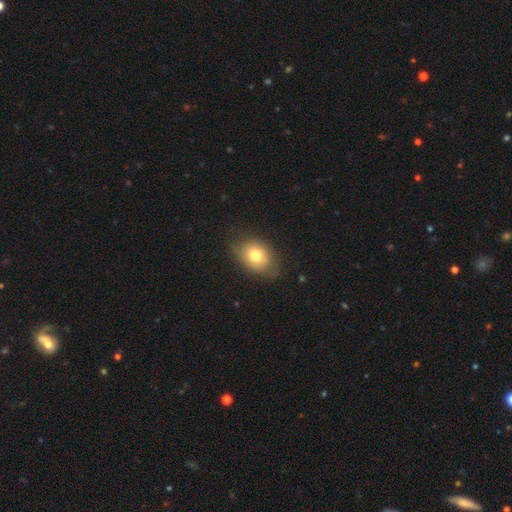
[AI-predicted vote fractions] Smooth or featured: smooth — 75% (featured or disk — 16%)
How rounded: in between — 71% (round — 28%)
Merging: none — 71% (minor disturbance — 23%)